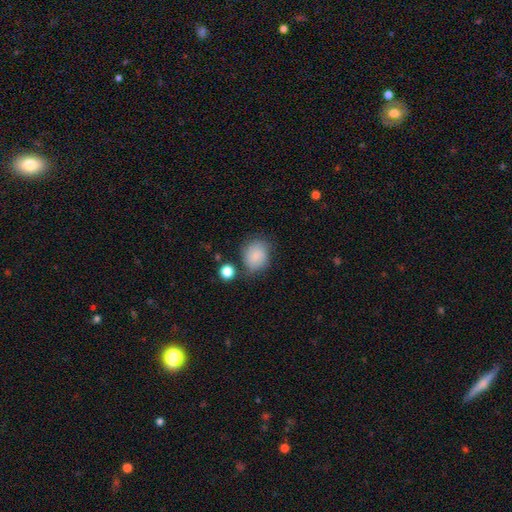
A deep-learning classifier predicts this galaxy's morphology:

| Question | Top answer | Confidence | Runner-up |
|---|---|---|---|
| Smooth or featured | smooth | 80% | featured or disk (11%) |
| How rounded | round | 60% | in between (39%) |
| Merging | none | 64% | minor disturbance (22%) |